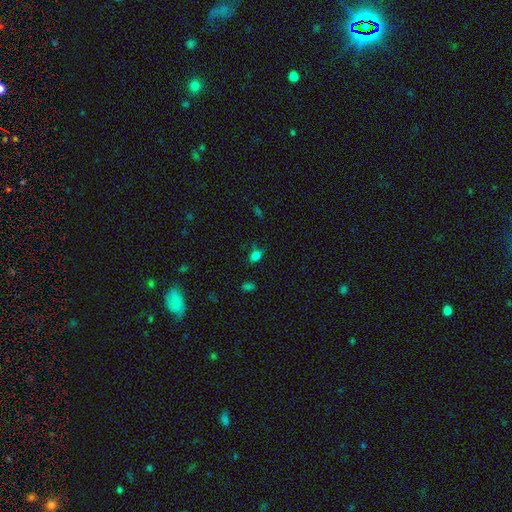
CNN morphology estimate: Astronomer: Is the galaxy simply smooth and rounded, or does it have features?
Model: smooth — 77%.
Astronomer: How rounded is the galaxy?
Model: in between — 77%.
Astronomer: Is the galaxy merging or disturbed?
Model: none — 75%.